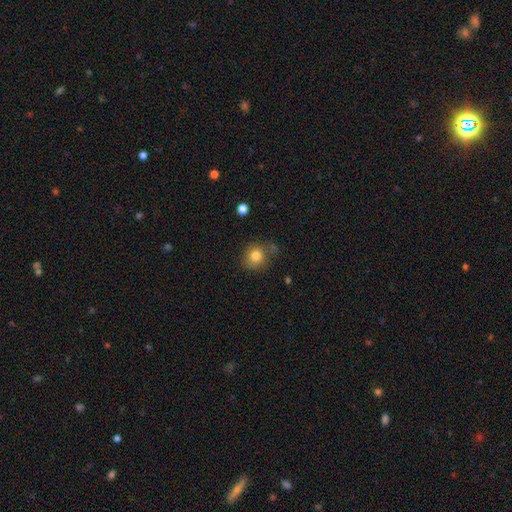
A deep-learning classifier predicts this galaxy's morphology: type=smooth (81%); roundness=round (82%); merging=none (73%).